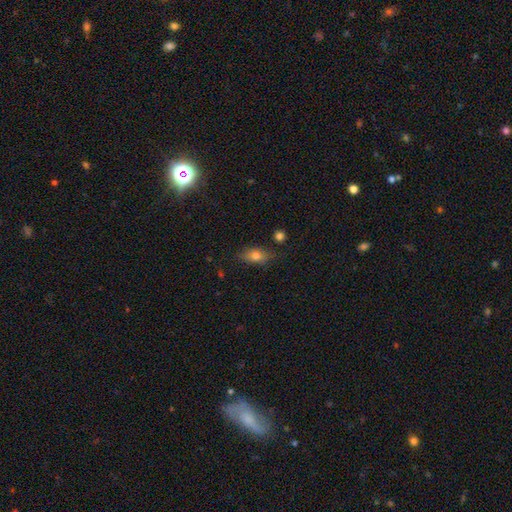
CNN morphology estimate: Q: Smooth or featured?
A: smooth (74%); runner-up: featured or disk (15%)
Q: How rounded?
A: in between (80%); runner-up: round (11%)
Q: Merging?
A: none (73%); runner-up: minor disturbance (19%)